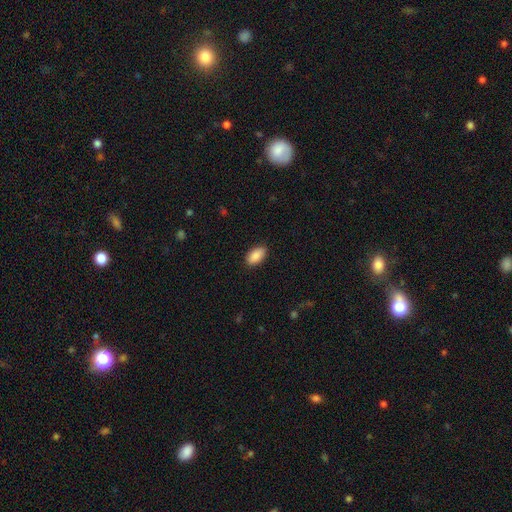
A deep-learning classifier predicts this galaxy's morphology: Smooth or featured? Predicted: smooth (p=0.90). How rounded? Predicted: in between (p=0.94). Merging? Predicted: none (p=0.88).